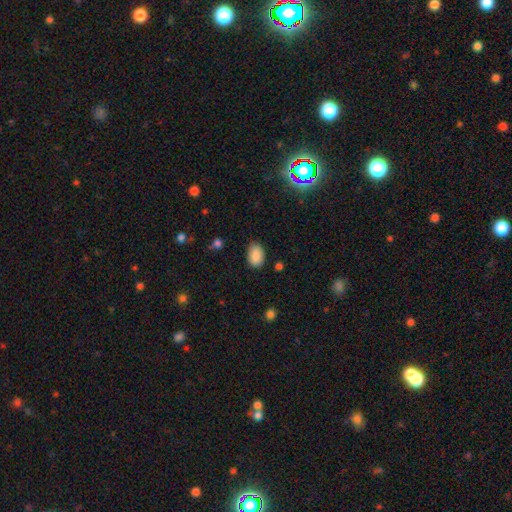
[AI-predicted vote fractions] smooth-or-featured: smooth: 88% | star or artifact: 8% | featured or disk: 5%
  how-rounded: in between: 89% | round: 10% | cigar-shaped: 1%
  merging: none: 80% | minor disturbance: 15% | major disturbance: 3% | merger: 2%